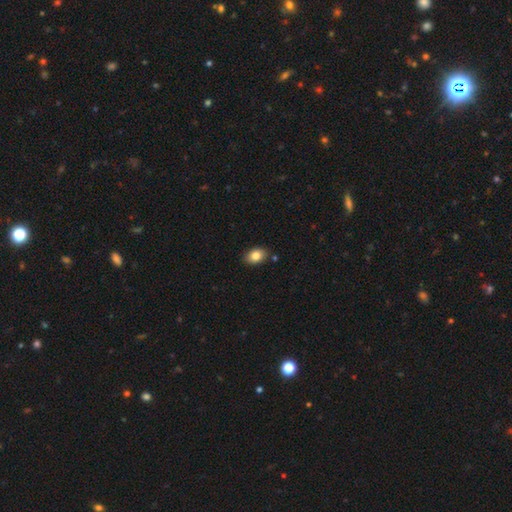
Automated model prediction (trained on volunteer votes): A smooth galaxy with no disk features (84%) that is in between round and cigar-shaped (82%). Merging: none (85%).